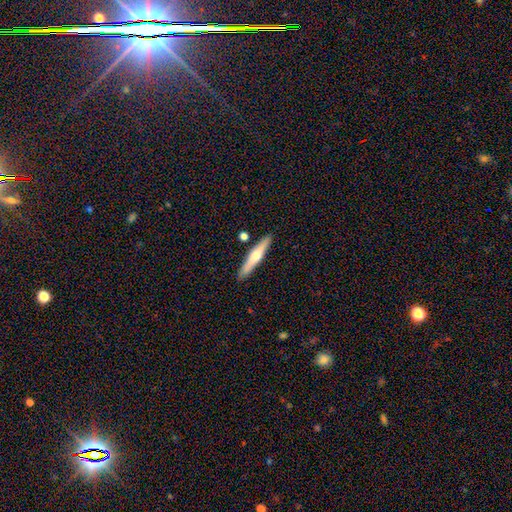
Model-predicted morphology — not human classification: A featured or disk galaxy (48%). Merging: none (88%).